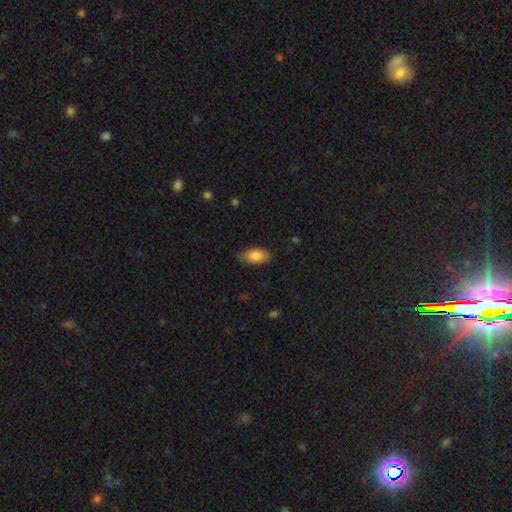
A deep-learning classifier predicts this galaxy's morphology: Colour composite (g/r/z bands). It shows a smooth galaxy with no disk features (82%) that is in between round and cigar-shaped (92%). Merging: none (81%).